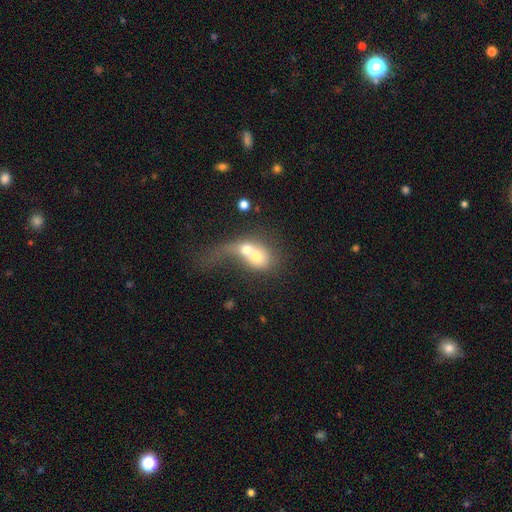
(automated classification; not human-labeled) Q: Smooth or featured?
A: smooth (58%); runner-up: featured or disk (32%)
Q: How rounded?
A: round (52%); runner-up: in between (45%)
Q: Merging?
A: merger (75%); runner-up: major disturbance (12%)